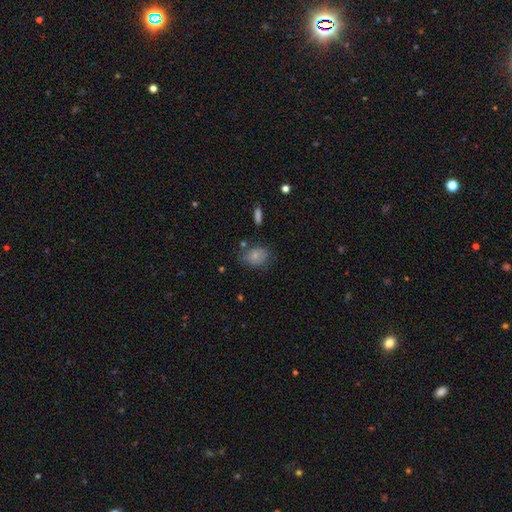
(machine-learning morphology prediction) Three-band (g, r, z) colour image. It shows a smooth galaxy with no disk features (73%) that is in between round and cigar-shaped (65%). Merging: none (64%).